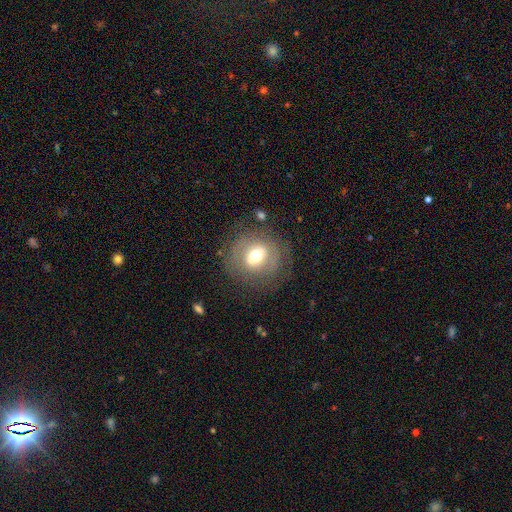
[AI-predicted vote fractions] Smooth or featured? Predicted: smooth (p=0.47). Merging? Predicted: none (p=0.75).